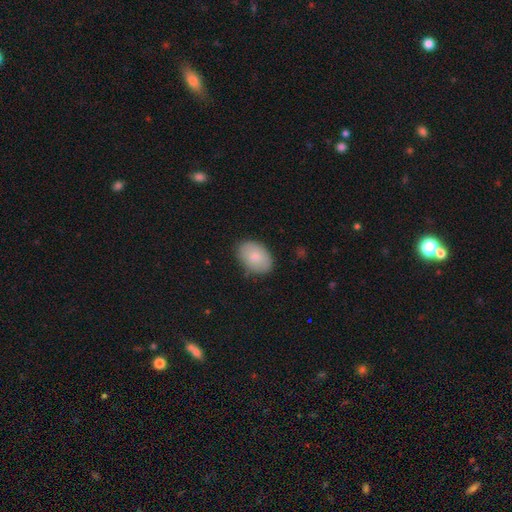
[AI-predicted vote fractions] The model was most divided on "merging": none: 82%, minor disturbance: 14%, major disturbance: 3%, merger: 1%. More confident: how rounded — in between (86%); smooth or featured — smooth (82%).